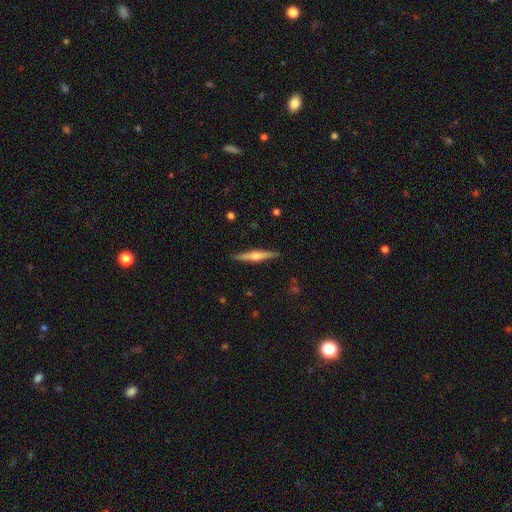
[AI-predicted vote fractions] Smooth or featured?
  - featured or disk: 66% *
  - smooth: 28%
  - star or artifact: 6%
Edge-on disk?
  - yes: 98% *
  - no: 2%
Edge-on bulge?
  - rounded: 87% *
  - boxy: 7%
  - none: 6%
Merging?
  - none: 90% *
  - minor disturbance: 7%
  - major disturbance: 2%
  - merger: 1%